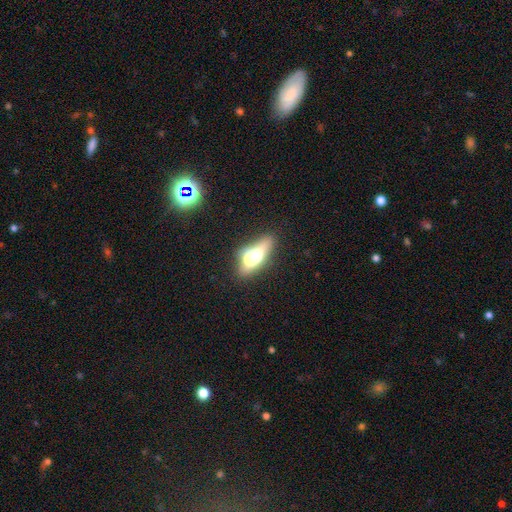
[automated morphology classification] smooth-or-featured: smooth: 53% | featured or disk: 37% | star or artifact: 10%
  how-rounded: in between: 65% | cigar-shaped: 20% | round: 15%
  merging: merger: 47% | none: 35% | minor disturbance: 11% | major disturbance: 7%